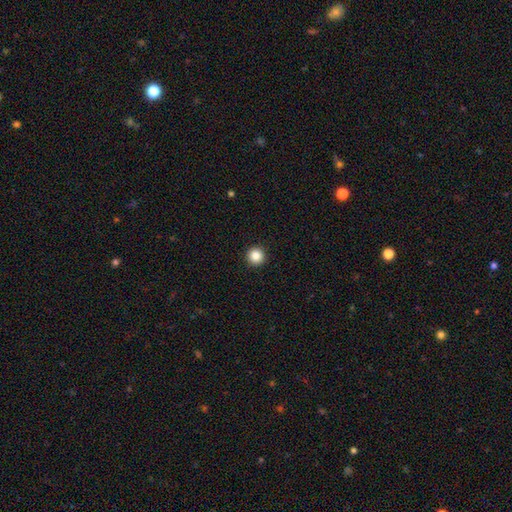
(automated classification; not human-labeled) Smooth or featured: smooth — 86% (star or artifact — 11%)
How rounded: round — 96% (in between — 3%)
Merging: none — 94% (minor disturbance — 4%)